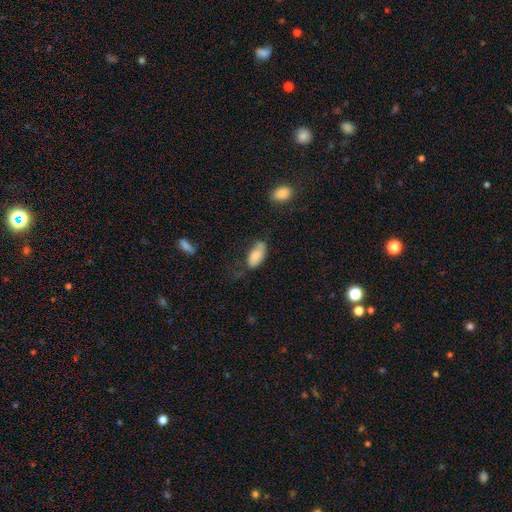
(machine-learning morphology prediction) The model was most divided on "merging": none: 43%, minor disturbance: 35%, major disturbance: 17%, merger: 4%. More confident: how rounded — in between (92%); smooth or featured — smooth (83%).